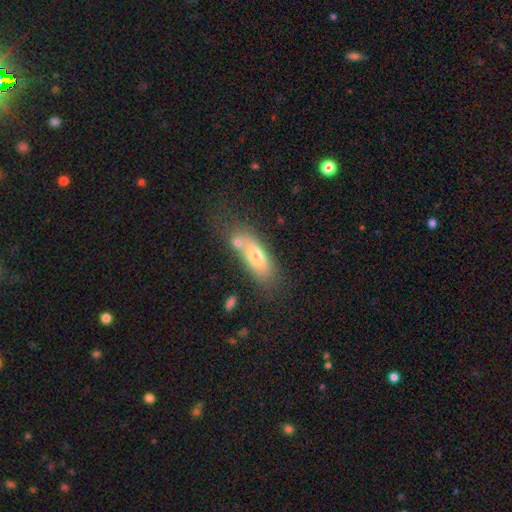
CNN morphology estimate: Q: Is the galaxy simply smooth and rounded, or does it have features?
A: smooth — 61%.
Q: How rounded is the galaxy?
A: in between — 65%.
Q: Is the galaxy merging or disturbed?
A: none — 54%.